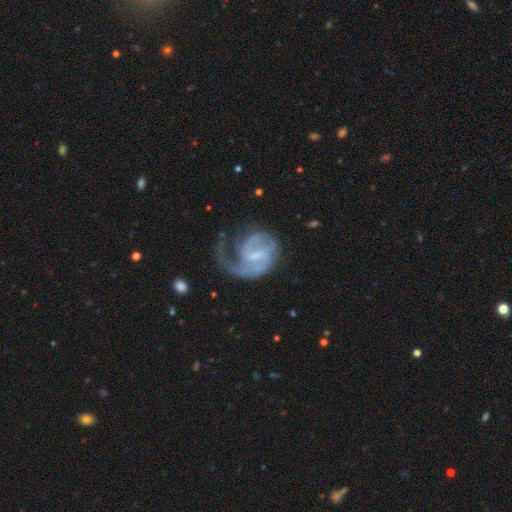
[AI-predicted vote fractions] Morphology: type=featured or disk (83%); edge-on=no (98%); bar=weak (55%); spiral arms=yes (93%); winding=medium (44%); arm count=1 (60%); bulge=small (47%); merging=major disturbance (41%).